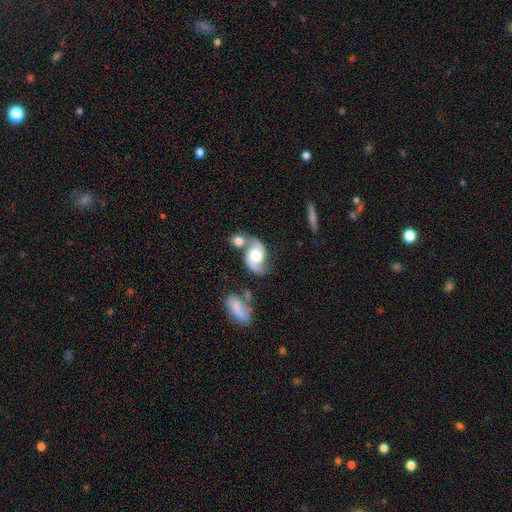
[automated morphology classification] This is likely a featured or disk galaxy (78%). It is clearly not viewed edge-on (97%). Bar: likely no (60%). Spiral arm pattern: clearly yes (93%). Spiral arm count: clearly 2 (91%). Spiral winding: possibly medium (51%). Central bulge: possibly moderate (58%). Merging: marginally none (44%).